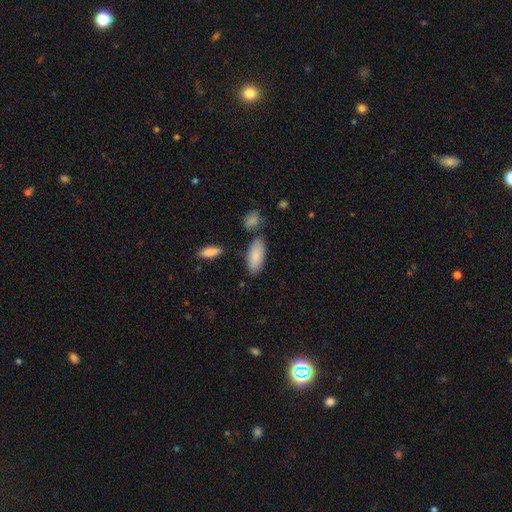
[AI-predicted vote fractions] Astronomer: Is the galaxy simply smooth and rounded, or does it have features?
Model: smooth — 87%.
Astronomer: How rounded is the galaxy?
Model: in between — 86%.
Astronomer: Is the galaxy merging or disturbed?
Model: none — 77%.